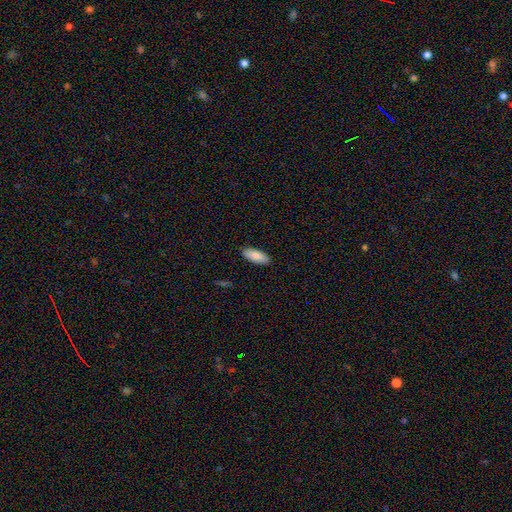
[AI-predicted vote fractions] The model was most divided on "how rounded": in between: 80%, cigar-shaped: 18%, round: 2%. More confident: merging — none (89%); smooth or featured — smooth (89%).